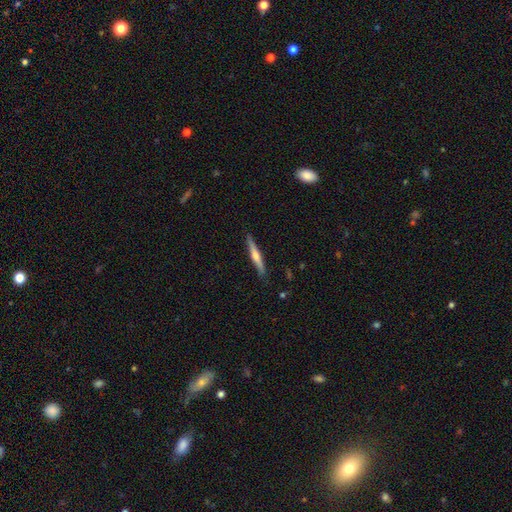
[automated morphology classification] Smooth or featured?
  - featured or disk: 53% *
  - smooth: 41%
  - star or artifact: 6%
Edge-on disk?
  - yes: 97% *
  - no: 3%
Edge-on bulge?
  - rounded: 77% *
  - none: 16%
  - boxy: 7%
Merging?
  - none: 87% *
  - minor disturbance: 10%
  - major disturbance: 2%
  - merger: 1%